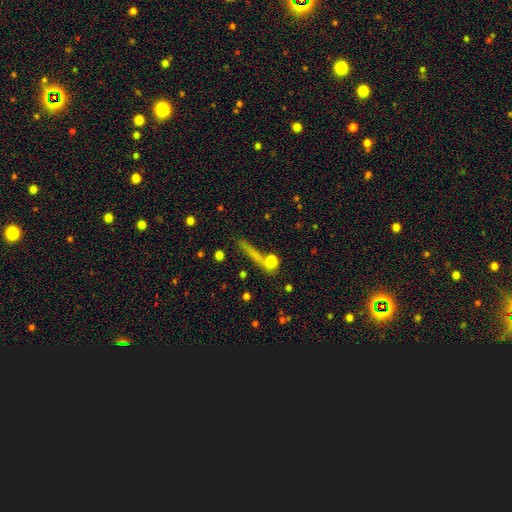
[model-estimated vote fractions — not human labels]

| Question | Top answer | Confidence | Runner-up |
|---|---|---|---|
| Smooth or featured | smooth | 55% | featured or disk (26%) |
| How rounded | cigar-shaped | 60% | round (27%) |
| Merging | none | 63% | minor disturbance (13%) |